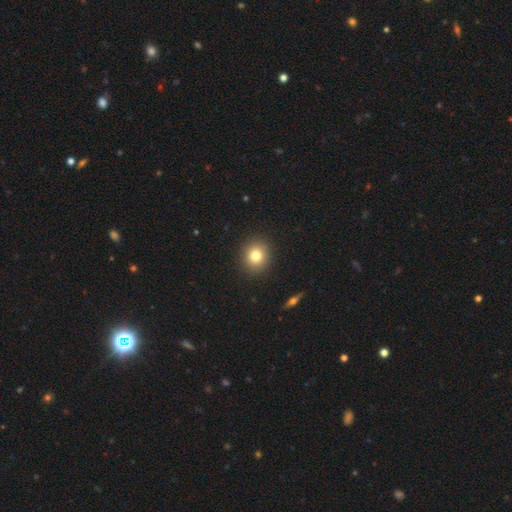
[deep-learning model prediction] The model was most divided on "smooth or featured": smooth: 79%, star or artifact: 12%, featured or disk: 10%. More confident: merging — none (91%); how rounded — round (84%).